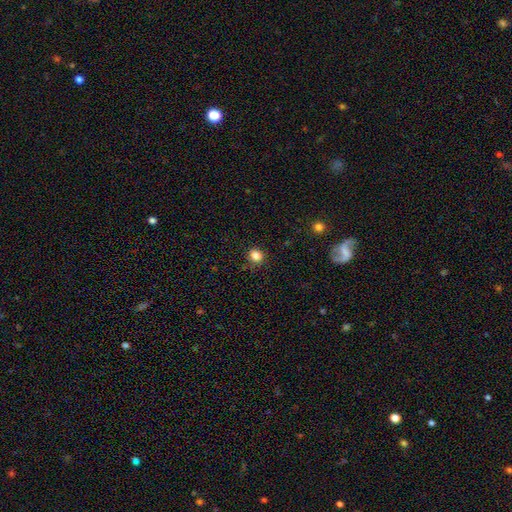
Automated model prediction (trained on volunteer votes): Smooth or featured: smooth — 84% (star or artifact — 12%)
How rounded: round — 79% (in between — 20%)
Merging: none — 85% (minor disturbance — 11%)